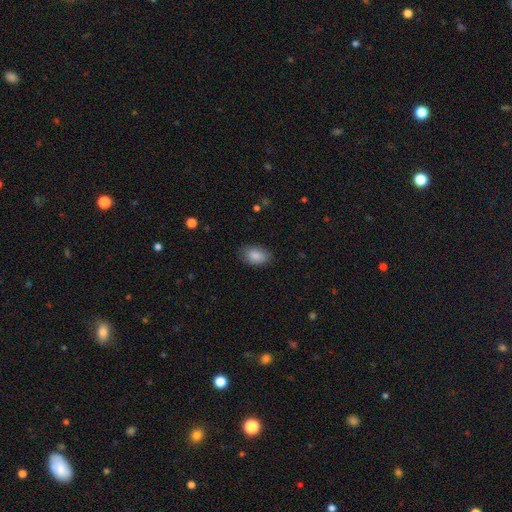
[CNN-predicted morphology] Smooth or featured? smooth (87%)
How rounded? in between (88%)
Merging? none (81%)